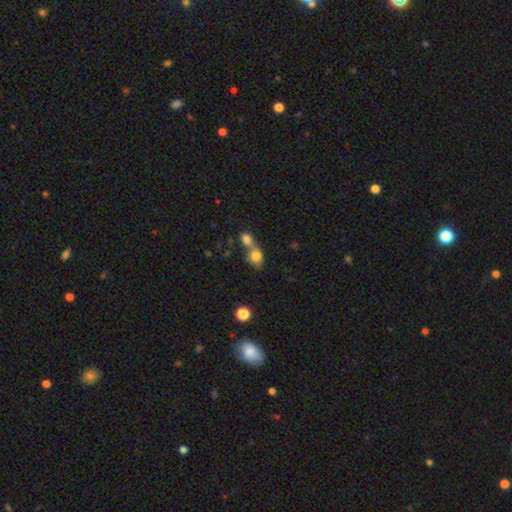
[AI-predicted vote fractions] smooth_or_featured: smooth (p=0.78) [alt: featured or disk p=0.12]
how_rounded: in between (p=0.50) [alt: round p=0.47]
merging: merger (p=0.64) [alt: none p=0.24]